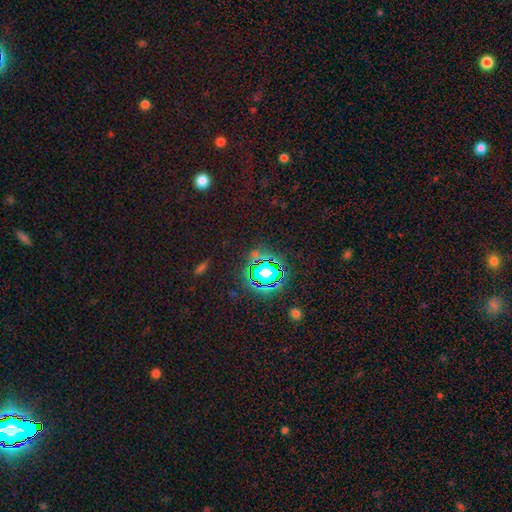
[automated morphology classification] Smooth or featured? Predicted: star or artifact (p=0.74).